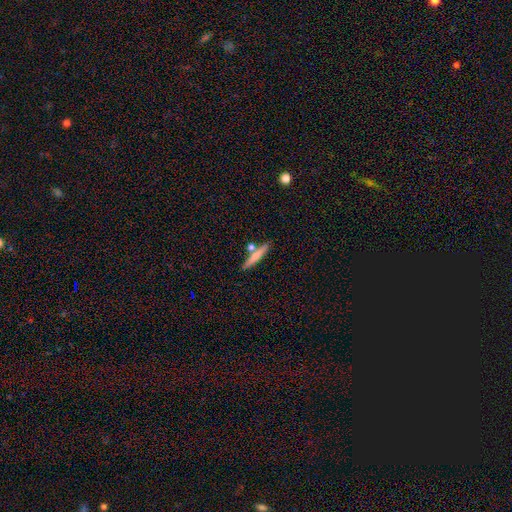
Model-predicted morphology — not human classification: A smooth galaxy with no disk features (65%) that is cigar-shaped (90%).

Vote fractions:
- Smooth or featured? smooth: 65% / featured or disk: 29% / star or artifact: 6%
- How rounded? cigar-shaped: 90% / in between: 7% / round: 3%
- Merging? none: 75% / merger: 13% / minor disturbance: 9% / major disturbance: 2%